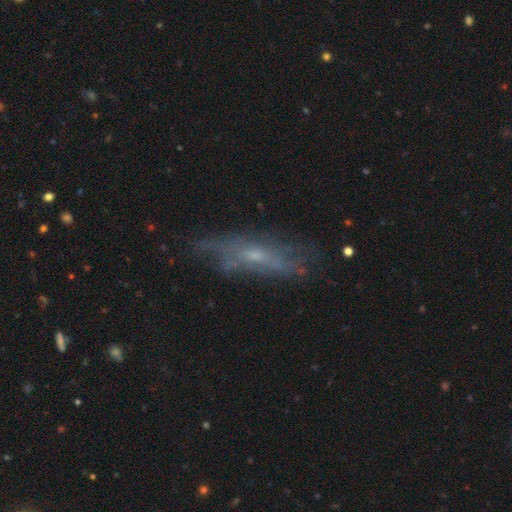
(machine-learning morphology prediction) type=featured or disk (58%); edge-on=no (55%); merging=none (65%).